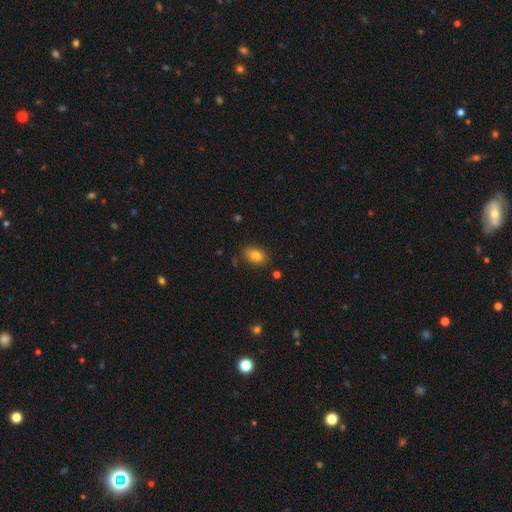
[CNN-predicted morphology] Overall: smooth (83%). How rounded: in between (81%). Merging: none (83%).